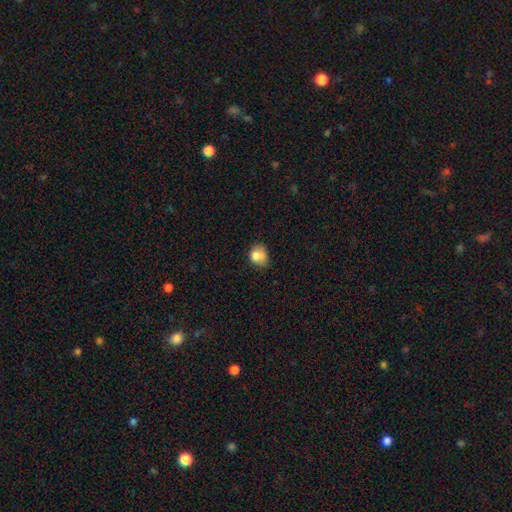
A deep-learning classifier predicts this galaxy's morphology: This is likely a smooth galaxy (79%). How rounded: possibly round (59%). Merging: marginally none (43%).